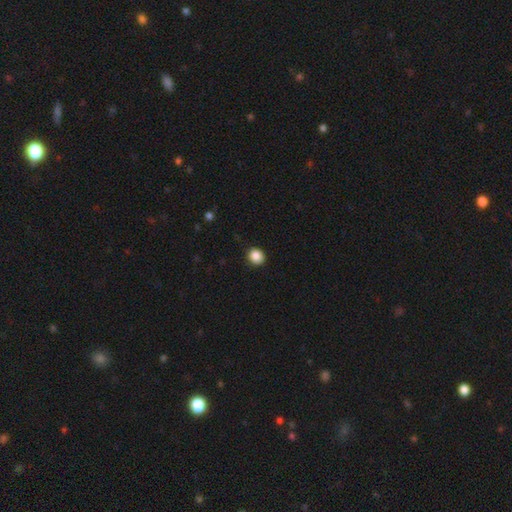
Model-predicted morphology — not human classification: type=smooth (87%); roundness=round (84%); merging=none (89%).